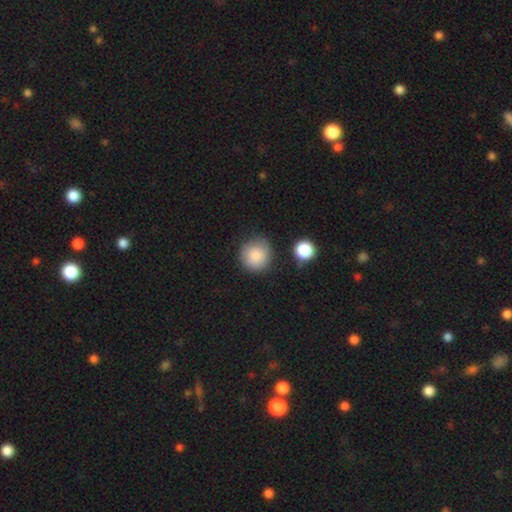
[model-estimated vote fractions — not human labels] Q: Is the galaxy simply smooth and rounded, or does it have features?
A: smooth — 85%.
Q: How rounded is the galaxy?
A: round — 92%.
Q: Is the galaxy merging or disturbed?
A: none — 76%.